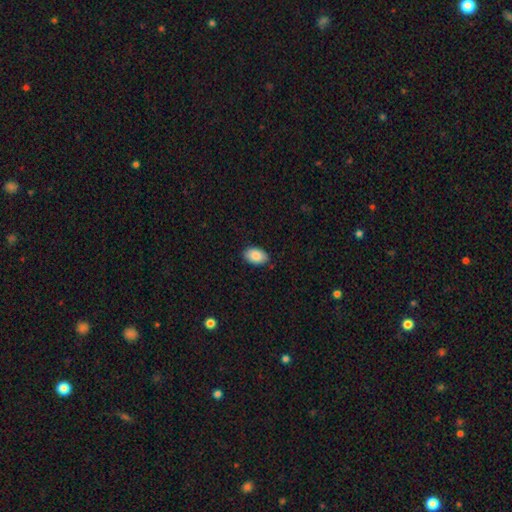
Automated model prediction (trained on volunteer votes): A smooth galaxy with no disk features (88%) that is in between round and cigar-shaped (92%).

Vote fractions:
- Smooth or featured? smooth: 88% / star or artifact: 7% / featured or disk: 6%
- How rounded? in between: 92% / round: 7% / cigar-shaped: 1%
- Merging? none: 86% / minor disturbance: 11% / major disturbance: 2% / merger: 1%